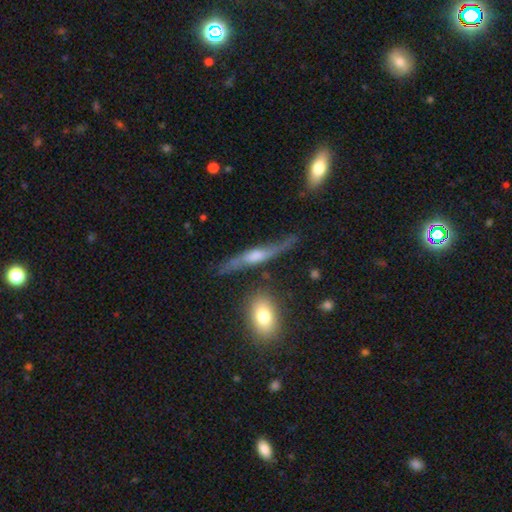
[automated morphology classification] Smooth or featured? Predicted: featured or disk (p=0.72). Edge-on disk? Predicted: yes (p=0.62). Merging? Predicted: none (p=0.60).